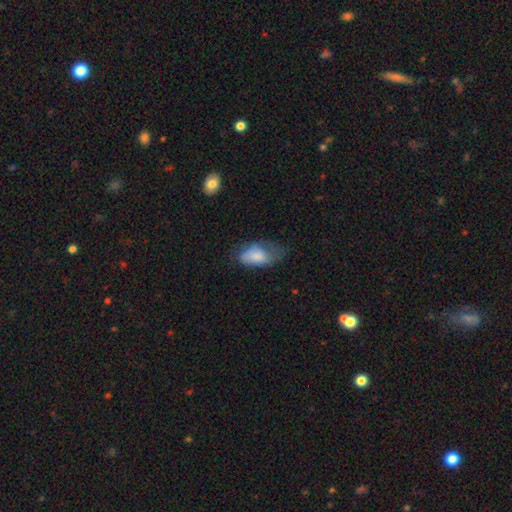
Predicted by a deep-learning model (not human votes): Smooth or featured: smooth — 74% (featured or disk — 19%)
How rounded: in between — 92% (round — 5%)
Merging: major disturbance — 37% (minor disturbance — 33%)